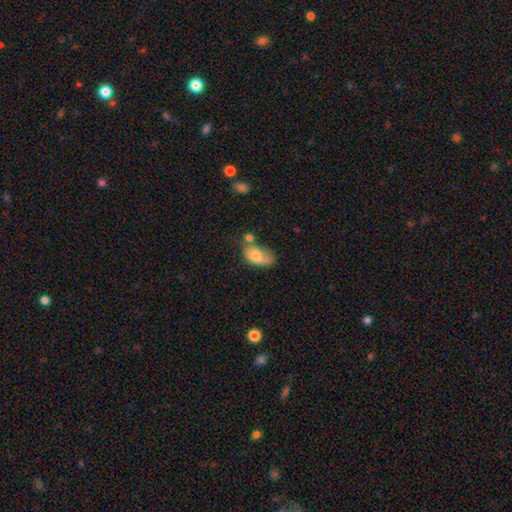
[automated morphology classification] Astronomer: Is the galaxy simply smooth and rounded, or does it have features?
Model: smooth — 62%.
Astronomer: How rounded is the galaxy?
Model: in between — 84%.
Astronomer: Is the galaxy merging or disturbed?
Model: none — 27%, tied with merger at 27%.